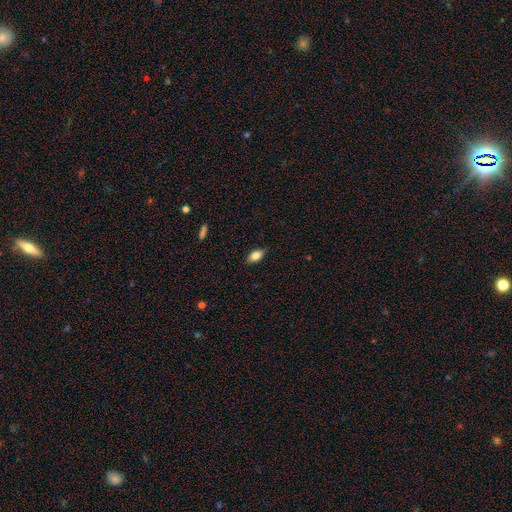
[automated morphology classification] Overall: smooth (74%). How rounded: in between (85%). Merging: none (83%).